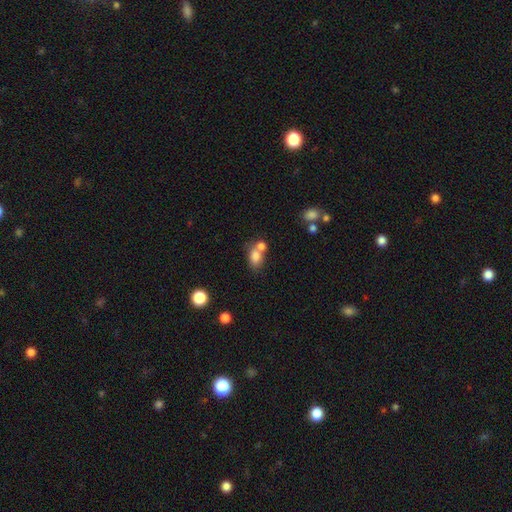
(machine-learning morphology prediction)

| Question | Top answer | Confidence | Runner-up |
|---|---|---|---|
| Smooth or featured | smooth | 77% | featured or disk (12%) |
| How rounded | in between | 73% | round (25%) |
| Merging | merger | 46% | none (40%) |